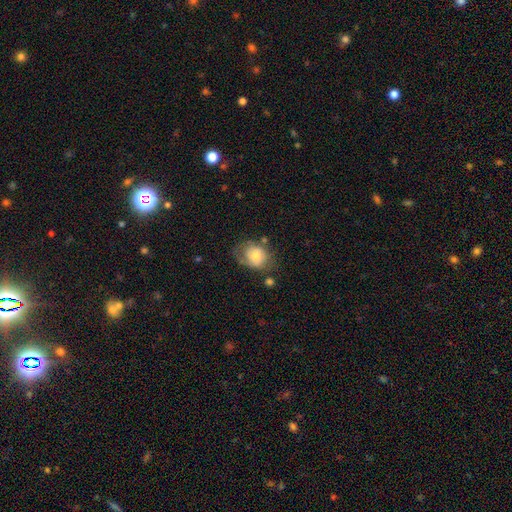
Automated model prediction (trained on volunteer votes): smooth-or-featured: smooth: 66% | featured or disk: 26% | star or artifact: 8%
  how-rounded: in between: 53% | round: 46% | cigar-shaped: 1%
  merging: none: 47% | minor disturbance: 29% | major disturbance: 18% | merger: 7%